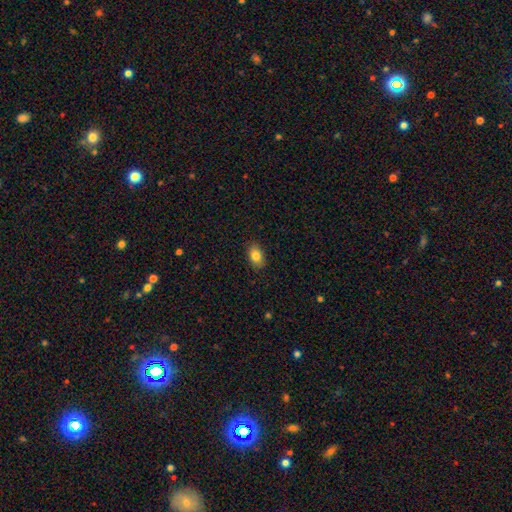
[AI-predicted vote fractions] Smooth or featured? smooth (84%)
How rounded? in between (88%)
Merging? none (87%)